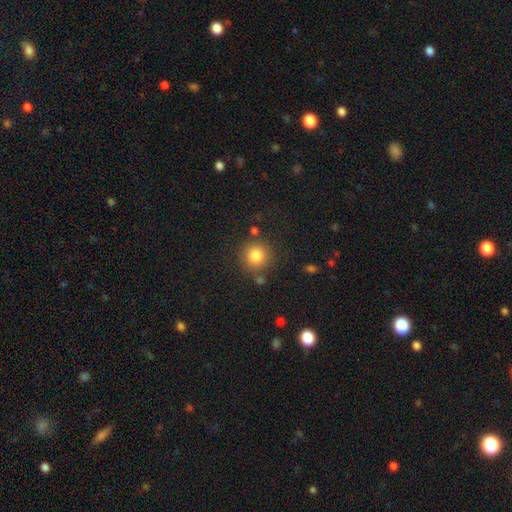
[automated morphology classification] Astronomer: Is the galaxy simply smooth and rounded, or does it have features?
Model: smooth — 82%.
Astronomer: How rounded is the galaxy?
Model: round — 92%.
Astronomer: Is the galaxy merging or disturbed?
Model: none — 81%.